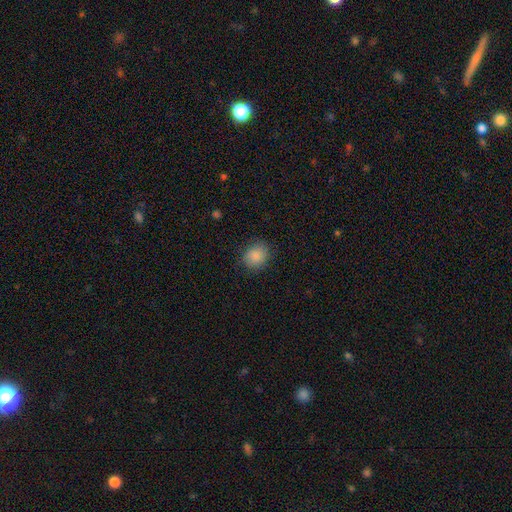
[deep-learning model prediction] This is clearly a smooth galaxy (87%). How rounded: likely round (68%). Merging: clearly none (83%).